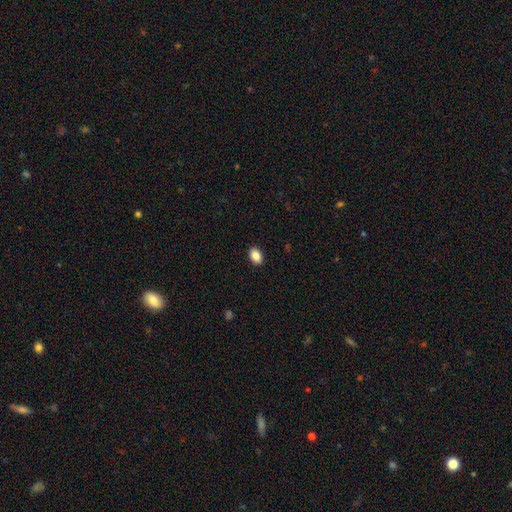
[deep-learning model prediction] Smooth or featured?
  - smooth: 87% *
  - star or artifact: 8%
  - featured or disk: 4%
How rounded?
  - in between: 85% *
  - round: 14%
  - cigar-shaped: 1%
Merging?
  - none: 90% *
  - minor disturbance: 7%
  - major disturbance: 2%
  - merger: 1%